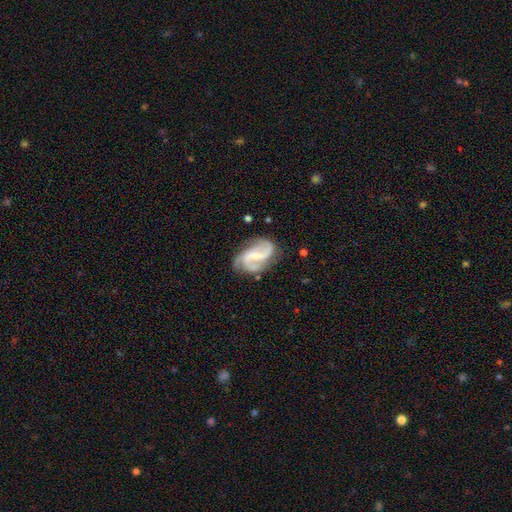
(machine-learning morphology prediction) This appears to be a featured or disk galaxy (86%) with a weak bar (46%), 2 (48%) medium (49%) spiral arms (97%) and a small central bulge (51%). Merging: none (65%).